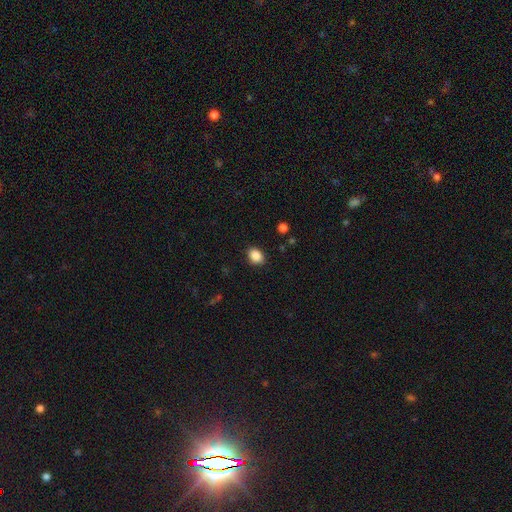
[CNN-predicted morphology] smooth_or_featured: smooth (p=0.88) [alt: star or artifact p=0.09]
how_rounded: in between (p=0.69) [alt: round p=0.30]
merging: none (p=0.87) [alt: minor disturbance p=0.09]